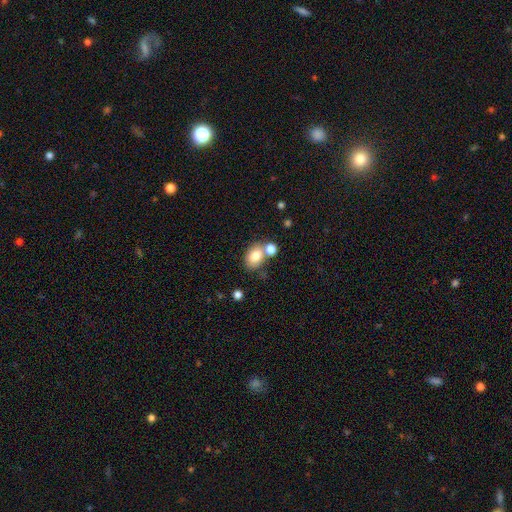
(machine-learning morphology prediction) smooth-or-featured: smooth: 80% | featured or disk: 10% | star or artifact: 10%
  how-rounded: in between: 72% | round: 27% | cigar-shaped: 1%
  merging: none: 53% | merger: 28% | minor disturbance: 14% | major disturbance: 5%